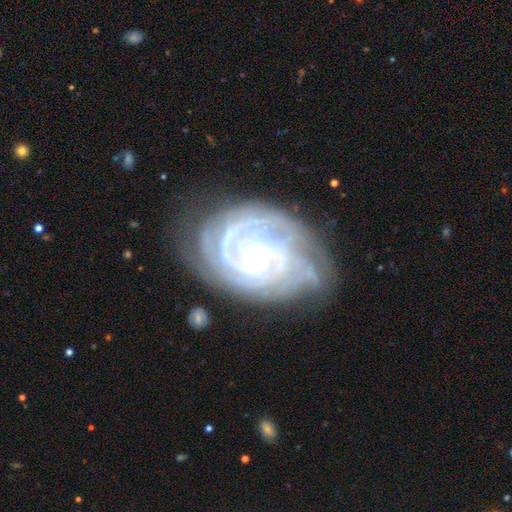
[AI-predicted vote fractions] Smooth or featured?
  - featured or disk: 90% *
  - star or artifact: 6%
  - smooth: 4%
Edge-on disk?
  - no: 97% *
  - yes: 3%
Bar?
  - no: 68% *
  - weak: 22%
  - strong: 10%
Spiral arms?
  - yes: 98% *
  - no: 2%
Spiral winding?
  - tight: 79% *
  - medium: 19%
  - loose: 3%
Spiral arm count?
  - 4: 23% *
  - 3: 22%
  - can't tell: 19%
  - 2: 17%
  - more than 4: 13%
  - 1: 7%
Bulge size?
  - small: 81% *
  - moderate: 15%
  - none: 1%
  - large: 1%
  - dominant: 1%
Merging?
  - none: 68% *
  - minor disturbance: 21%
  - major disturbance: 8%
  - merger: 2%